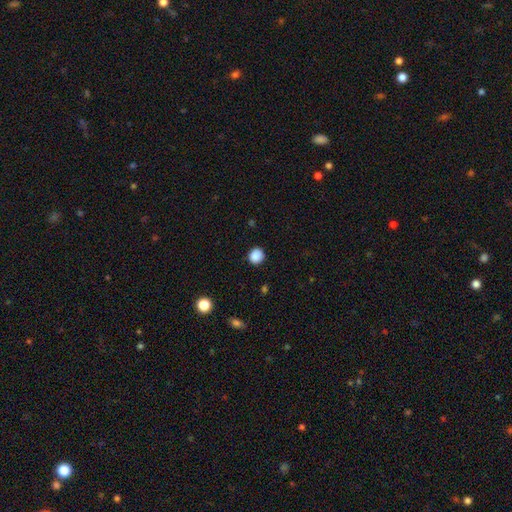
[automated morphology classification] The model was most divided on "how rounded": round: 86%, in between: 13%, cigar-shaped: 1%. More confident: merging — none (90%); smooth or featured — smooth (88%).